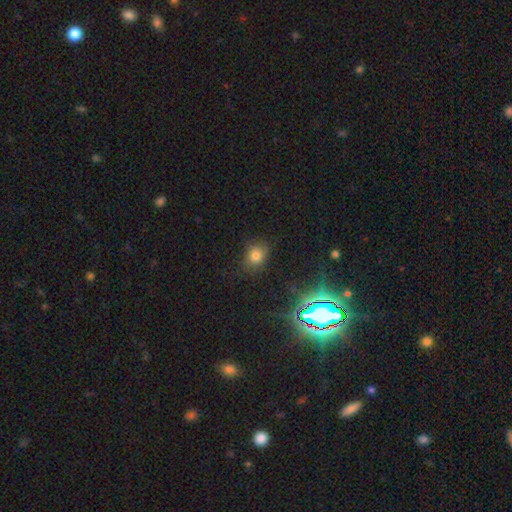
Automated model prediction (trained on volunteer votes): smooth 73%, star or artifact 19%, featured or disk 8%. Down the decision tree: how rounded — round (58%); merging — none (77%).